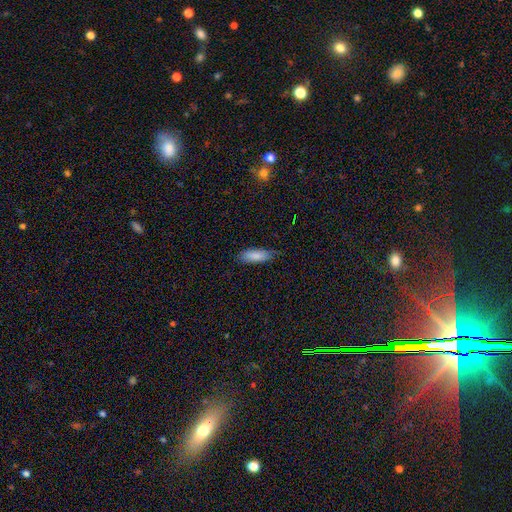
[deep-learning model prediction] smooth-or-featured: smooth: 85% | featured or disk: 8% | star or artifact: 6%
  how-rounded: in between: 65% | cigar-shaped: 33% | round: 2%
  merging: none: 73% | minor disturbance: 22% | major disturbance: 4% | merger: 1%